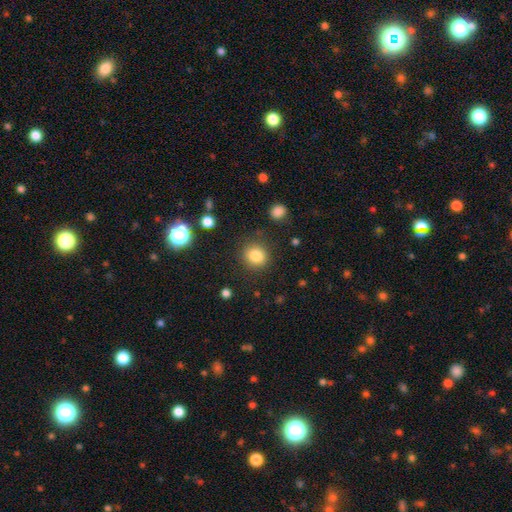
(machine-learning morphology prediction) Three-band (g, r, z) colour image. It shows a smooth galaxy with no disk features (83%) that is round (83%). Merging: none (86%).